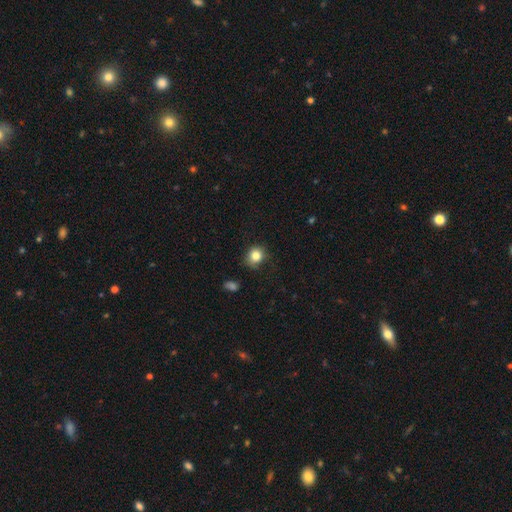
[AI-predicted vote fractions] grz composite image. It shows a smooth galaxy with no disk features (82%) that is round (77%). Merging: none (78%).